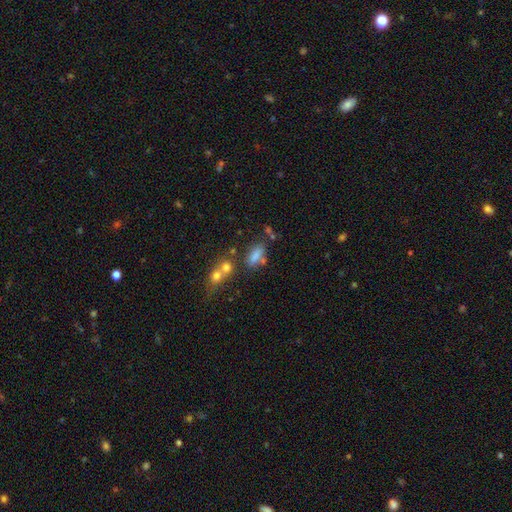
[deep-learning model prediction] Smooth or featured?
  - smooth: 76% *
  - star or artifact: 13%
  - featured or disk: 11%
How rounded?
  - in between: 79% *
  - cigar-shaped: 15%
  - round: 6%
Merging?
  - none: 52% *
  - merger: 26%
  - minor disturbance: 15%
  - major disturbance: 8%